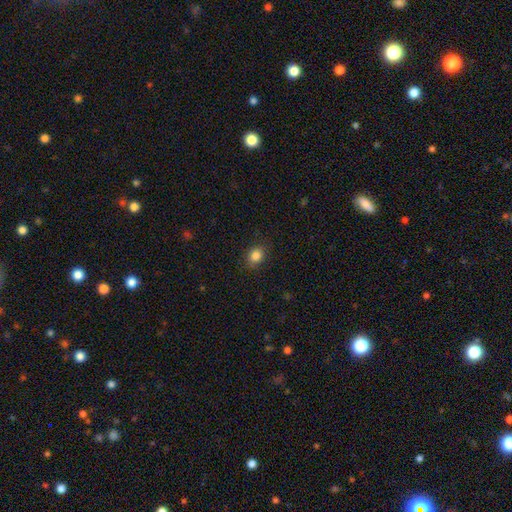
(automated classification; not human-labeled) Smooth or featured? Predicted: smooth (p=0.85). How rounded? Predicted: round (p=0.53). Merging? Predicted: none (p=0.87).